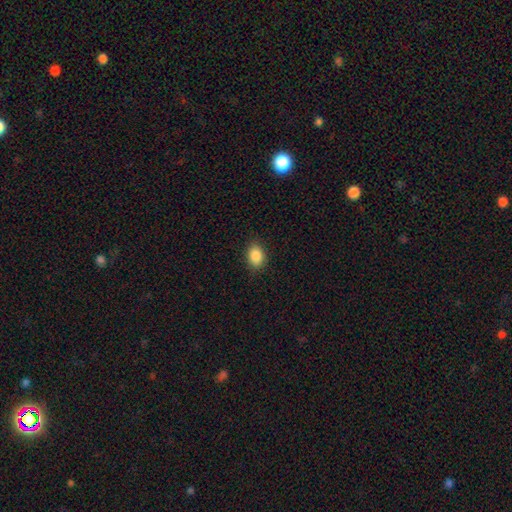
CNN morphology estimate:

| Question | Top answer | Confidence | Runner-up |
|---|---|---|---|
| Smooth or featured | smooth | 88% | star or artifact (8%) |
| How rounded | in between | 79% | round (20%) |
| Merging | none | 87% | minor disturbance (9%) |